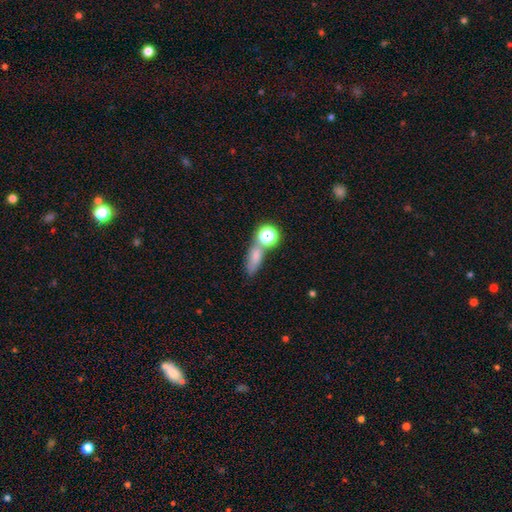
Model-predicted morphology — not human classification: A smooth galaxy with no disk features (67%) that is in between round and cigar-shaped (52%). Merging: none (52%).